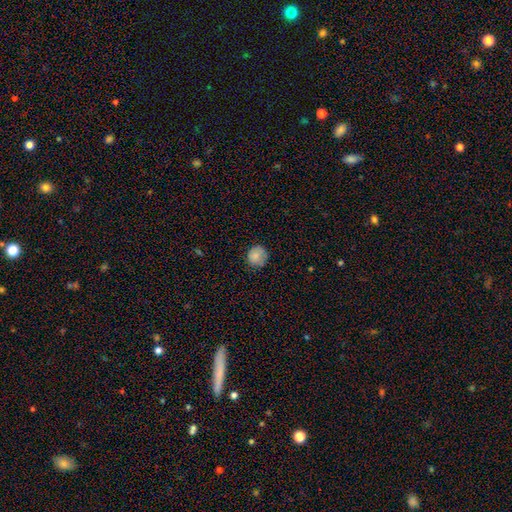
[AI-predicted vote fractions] A smooth galaxy with no disk features (83%) that is round (89%). Merging: none (80%).